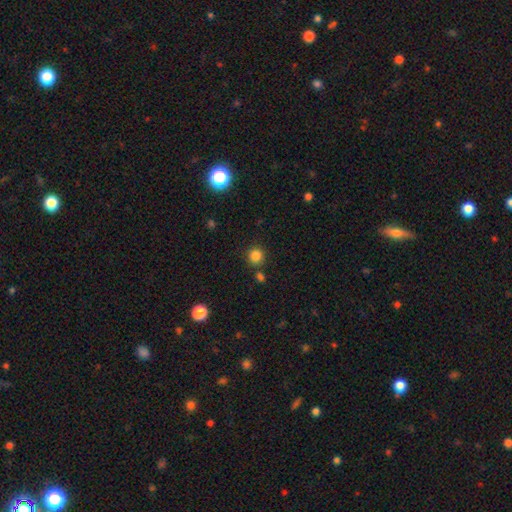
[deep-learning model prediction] Q: Smooth or featured?
A: smooth (83%); runner-up: star or artifact (13%)
Q: How rounded?
A: round (92%); runner-up: in between (7%)
Q: Merging?
A: none (82%); runner-up: minor disturbance (8%)